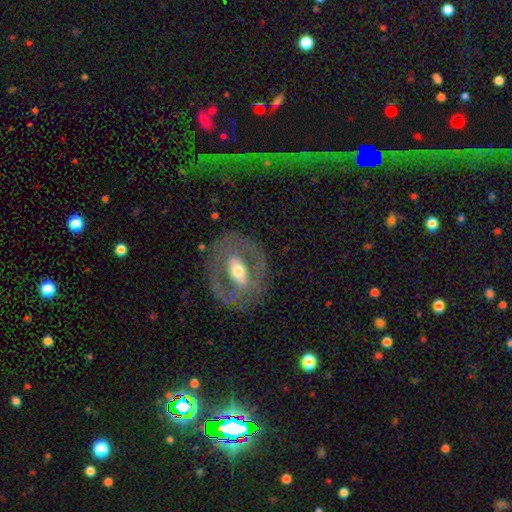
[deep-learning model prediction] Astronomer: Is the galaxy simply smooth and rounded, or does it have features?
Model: featured or disk — 66%.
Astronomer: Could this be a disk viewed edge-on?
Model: no — 91%.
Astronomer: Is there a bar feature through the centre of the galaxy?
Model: weak — 36% (runner-up: no, 34%).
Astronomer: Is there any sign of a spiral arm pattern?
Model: yes — 51% (runner-up: no, 49%).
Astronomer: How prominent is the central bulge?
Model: moderate — 66%.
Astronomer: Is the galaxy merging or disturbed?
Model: none — 72%.